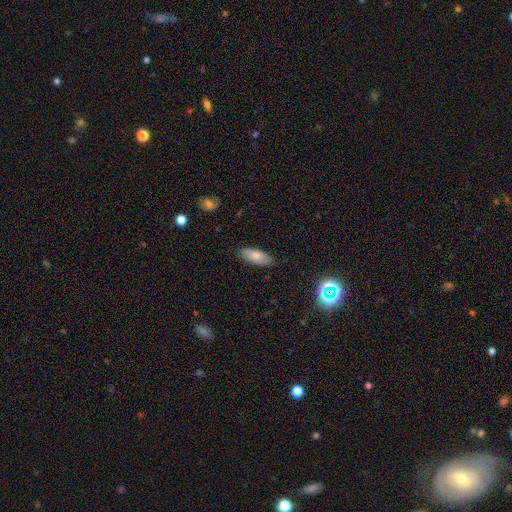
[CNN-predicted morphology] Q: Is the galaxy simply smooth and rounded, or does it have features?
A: smooth — 78%.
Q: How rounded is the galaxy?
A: in between — 80%.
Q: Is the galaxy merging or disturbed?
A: none — 85%.